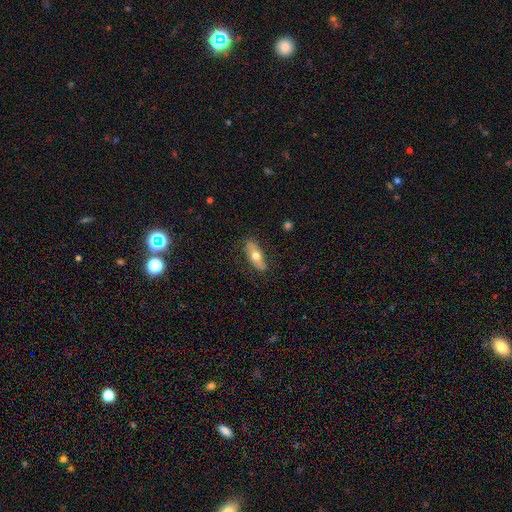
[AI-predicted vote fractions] Smooth or featured? Predicted: smooth (p=0.58). How rounded? Predicted: in between (p=0.70). Merging? Predicted: none (p=0.82).